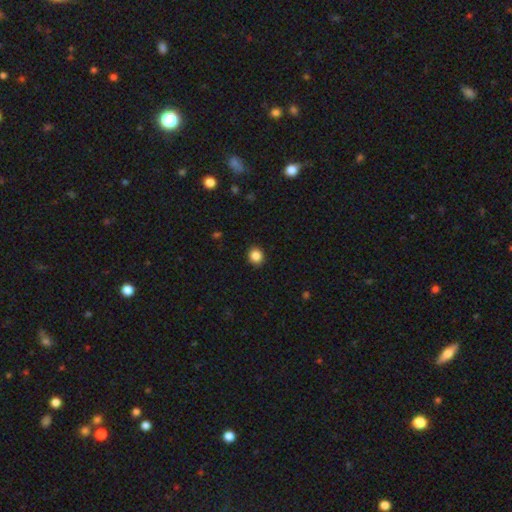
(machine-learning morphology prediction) A smooth galaxy with no disk features (86%) that is round (81%).

Vote fractions:
- Smooth or featured? smooth: 86% / star or artifact: 10% / featured or disk: 4%
- How rounded? round: 81% / in between: 19% / cigar-shaped: 1%
- Merging? none: 91% / minor disturbance: 6% / major disturbance: 2% / merger: 1%